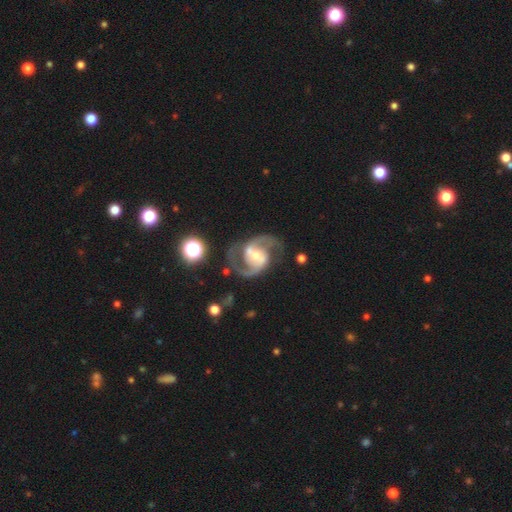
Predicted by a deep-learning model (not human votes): Q: Smooth or featured?
A: featured or disk (91%); runner-up: star or artifact (5%)
Q: Edge-on disk?
A: no (98%); runner-up: yes (2%)
Q: Bar?
A: weak (45%); runner-up: strong (30%)
Q: Spiral arms?
A: yes (98%); runner-up: no (2%)
Q: Spiral winding?
A: medium (63%); runner-up: loose (22%)
Q: Spiral arm count?
A: 2 (94%); runner-up: can't tell (2%)
Q: Bulge size?
A: moderate (57%); runner-up: small (33%)
Q: Merging?
A: none (73%); runner-up: minor disturbance (15%)